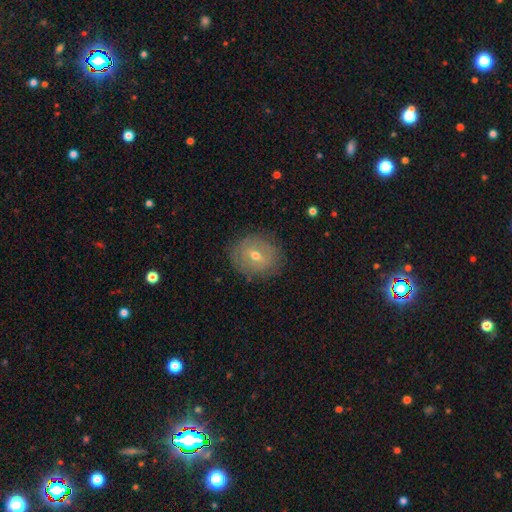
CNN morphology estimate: featured or disk 49%, smooth 42%, star or artifact 9%. Down the decision tree: merging — none (82%).